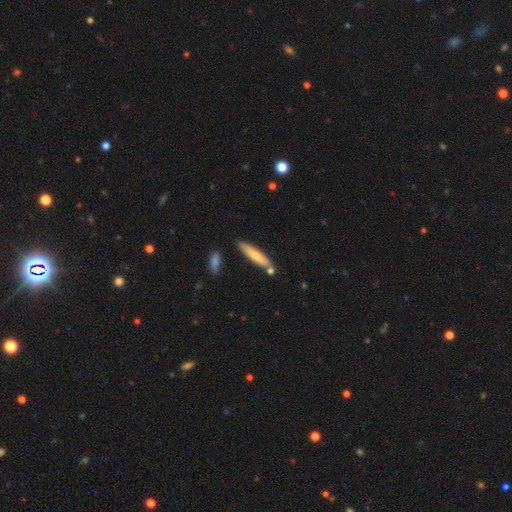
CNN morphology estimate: smooth_or_featured: smooth (p=0.68) [alt: featured or disk p=0.26]
how_rounded: cigar-shaped (p=0.83) [alt: in between p=0.16]
merging: none (p=0.77) [alt: minor disturbance p=0.13]